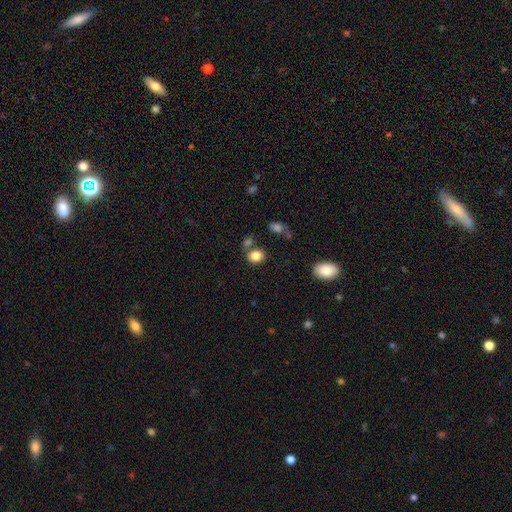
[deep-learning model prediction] Overall: smooth (84%). How rounded: round (56%; in between 43%). Merging: none (68%).